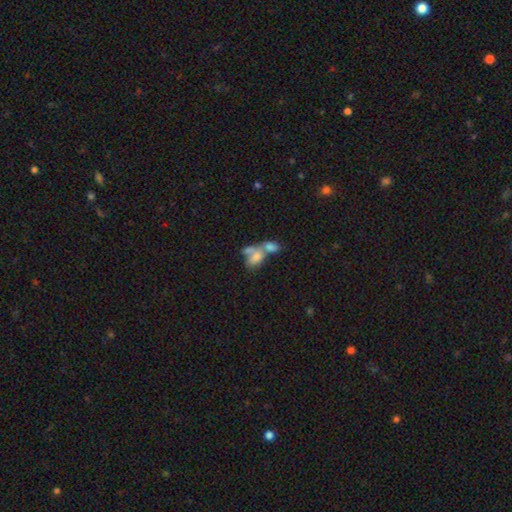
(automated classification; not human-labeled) Smooth or featured? Predicted: smooth (p=0.66). How rounded? Predicted: in between (p=0.85). Merging? Predicted: merger (p=0.71).